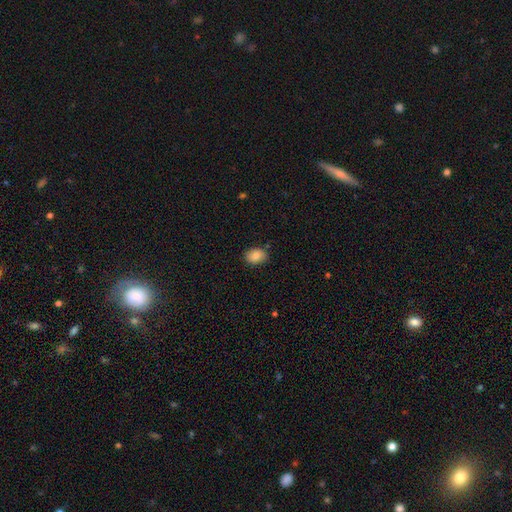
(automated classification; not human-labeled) Smooth or featured?
  - smooth: 84% *
  - star or artifact: 8%
  - featured or disk: 8%
How rounded?
  - in between: 75% *
  - round: 24%
  - cigar-shaped: 1%
Merging?
  - none: 83% *
  - minor disturbance: 13%
  - major disturbance: 2%
  - merger: 2%